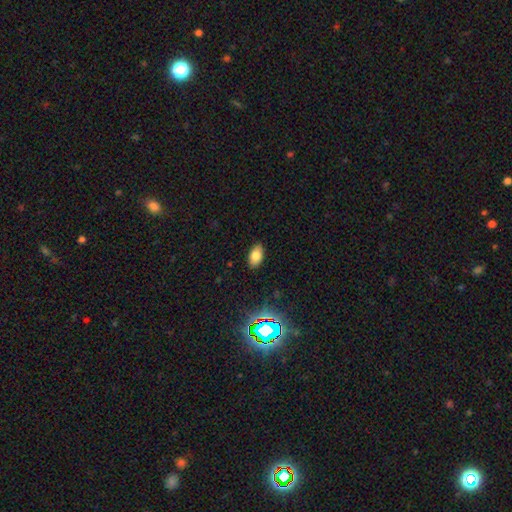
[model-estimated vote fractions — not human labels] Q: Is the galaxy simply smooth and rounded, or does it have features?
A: smooth — 77%.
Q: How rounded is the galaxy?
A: in between — 92%.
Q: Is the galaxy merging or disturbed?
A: none — 87%.